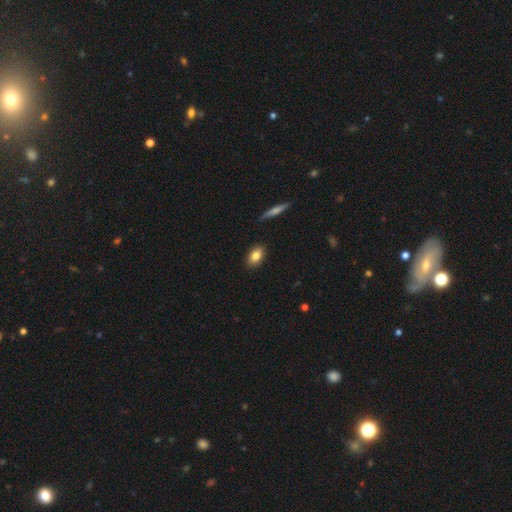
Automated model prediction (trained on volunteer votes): A smooth galaxy with no disk features (82%) that is in between round and cigar-shaped (86%).

Vote fractions:
- Smooth or featured? smooth: 82% / featured or disk: 10% / star or artifact: 8%
- How rounded? in between: 86% / round: 10% / cigar-shaped: 4%
- Merging? none: 88% / minor disturbance: 9% / major disturbance: 2% / merger: 1%